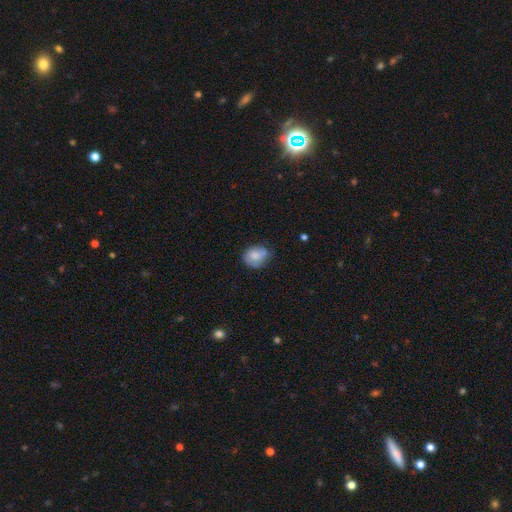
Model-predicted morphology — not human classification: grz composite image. It shows a smooth galaxy with no disk features (76%) that is round (52%). Merging: none (56%).